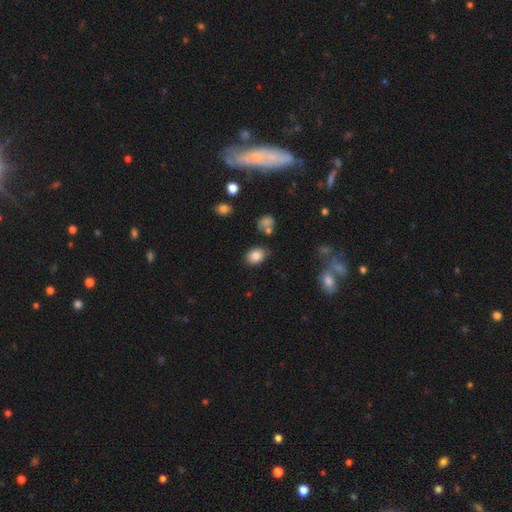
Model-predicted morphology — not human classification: The model was most divided on "how rounded": in between: 64%, round: 35%, cigar-shaped: 1%. More confident: smooth or featured — smooth (83%); merging — none (78%).